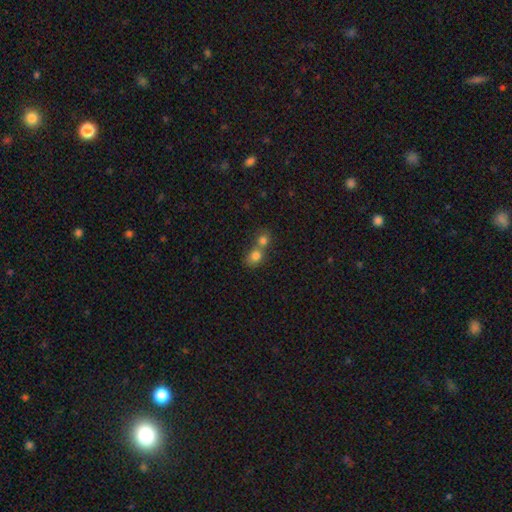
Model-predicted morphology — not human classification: A smooth galaxy with no disk features (79%) that is round (68%). Merging: merger (65%).